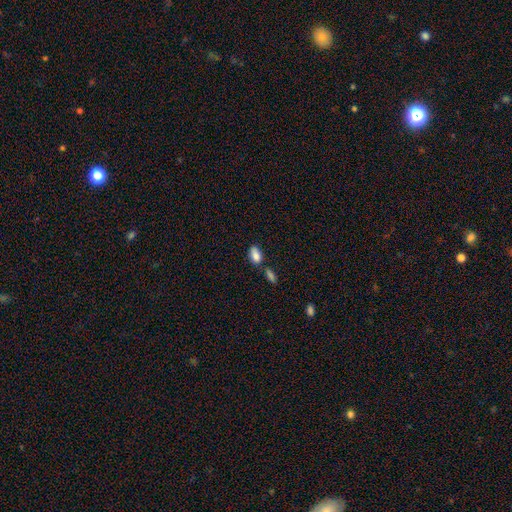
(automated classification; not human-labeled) Smooth or featured? smooth (83%)
How rounded? in between (89%)
Merging? none (60%)